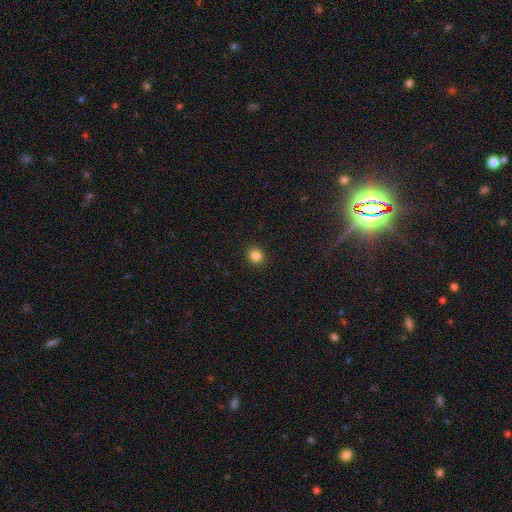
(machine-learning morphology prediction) smooth 84%, star or artifact 12%, featured or disk 4%. Down the decision tree: how rounded — round (83%); merging — none (92%).